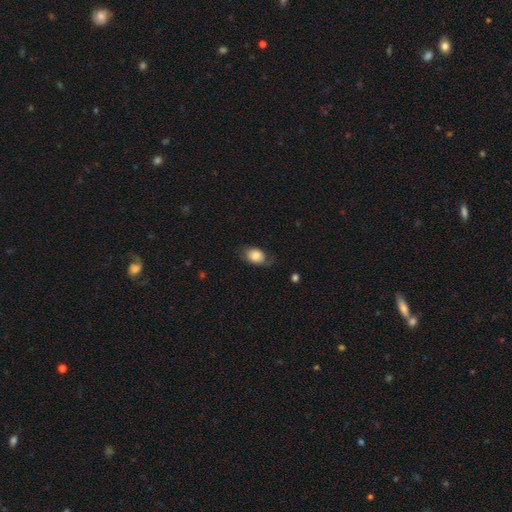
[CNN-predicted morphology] The model was most divided on "merging": none: 63%, minor disturbance: 25%, major disturbance: 11%, merger: 1%. More confident: smooth or featured — smooth (77%); how rounded — in between (73%).